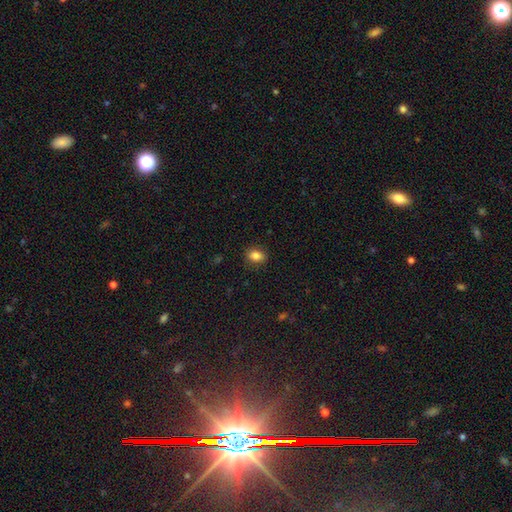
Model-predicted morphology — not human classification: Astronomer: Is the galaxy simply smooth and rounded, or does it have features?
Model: smooth — 84%.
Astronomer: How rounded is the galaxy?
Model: in between — 66%.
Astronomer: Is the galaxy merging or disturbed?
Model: none — 88%.